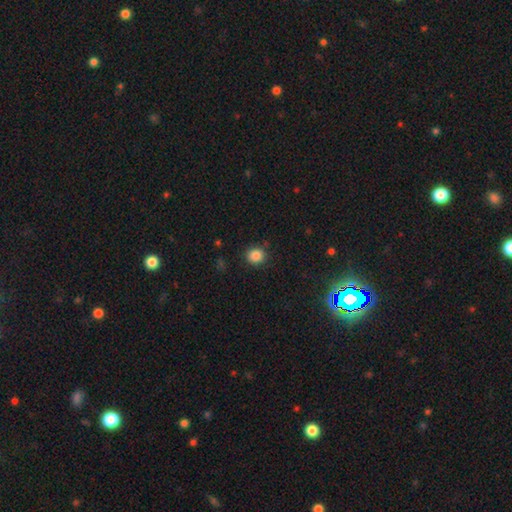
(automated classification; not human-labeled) Overall: smooth (85%). How rounded: round (84%). Merging: none (88%).